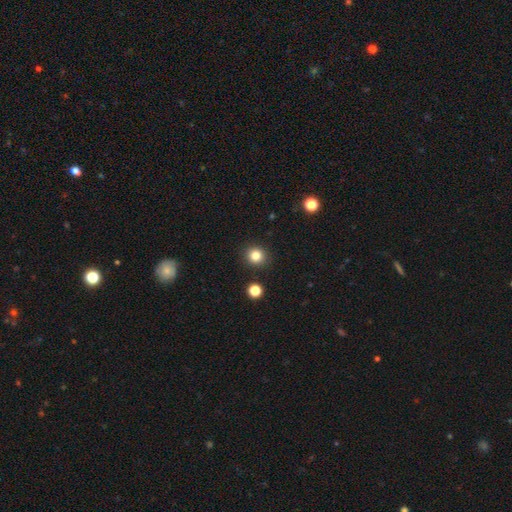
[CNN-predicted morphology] type=smooth (83%); roundness=round (91%); merging=none (90%).